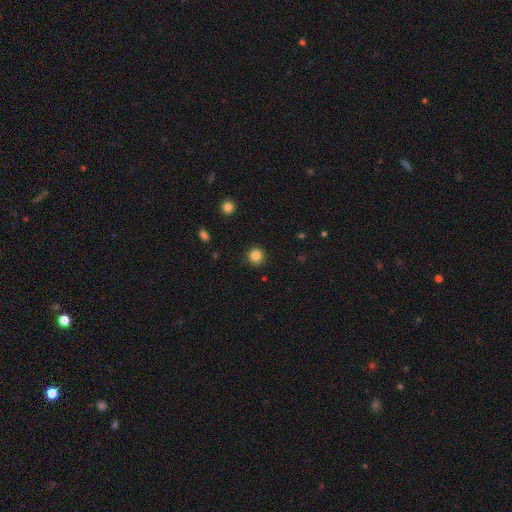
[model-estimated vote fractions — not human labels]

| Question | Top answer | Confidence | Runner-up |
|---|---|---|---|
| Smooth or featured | smooth | 84% | star or artifact (12%) |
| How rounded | round | 94% | in between (5%) |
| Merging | none | 91% | minor disturbance (6%) |